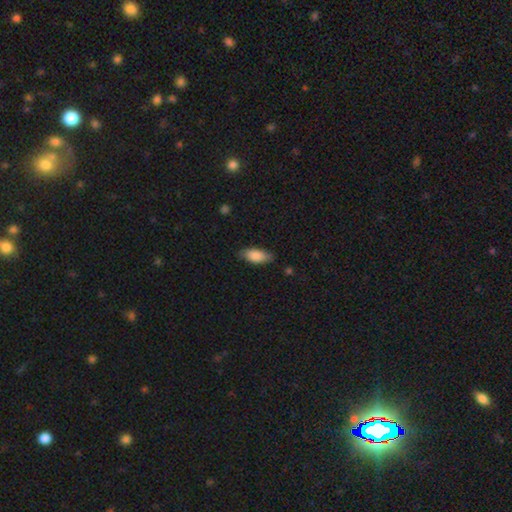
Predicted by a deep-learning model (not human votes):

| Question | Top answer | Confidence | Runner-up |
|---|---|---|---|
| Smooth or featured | smooth | 86% | featured or disk (8%) |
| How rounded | in between | 86% | cigar-shaped (12%) |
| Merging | none | 79% | minor disturbance (17%) |